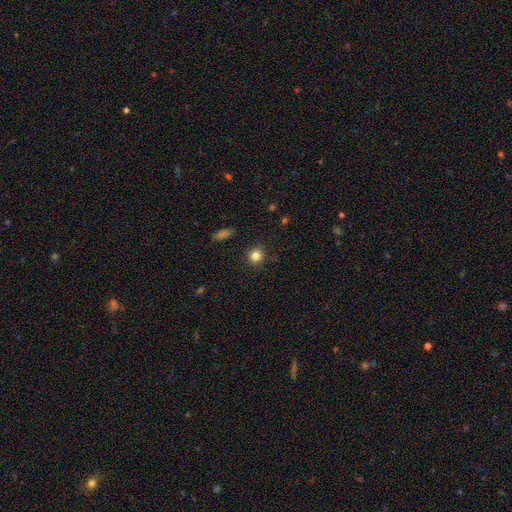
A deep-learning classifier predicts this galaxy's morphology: Q: Smooth or featured?
A: smooth (83%); runner-up: star or artifact (12%)
Q: How rounded?
A: round (91%); runner-up: in between (8%)
Q: Merging?
A: none (91%); runner-up: minor disturbance (6%)